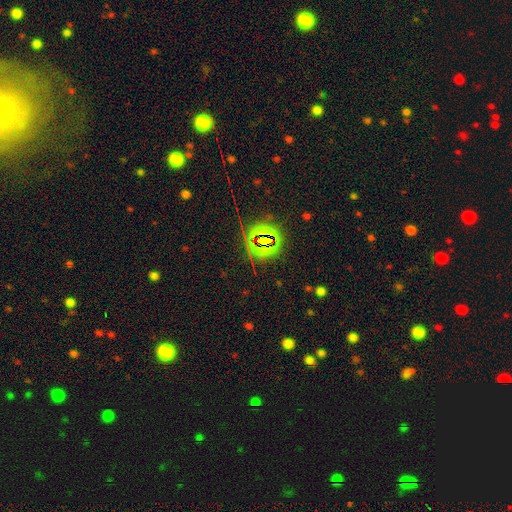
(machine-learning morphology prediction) smooth_or_featured: star or artifact (p=0.76) [alt: smooth p=0.14]